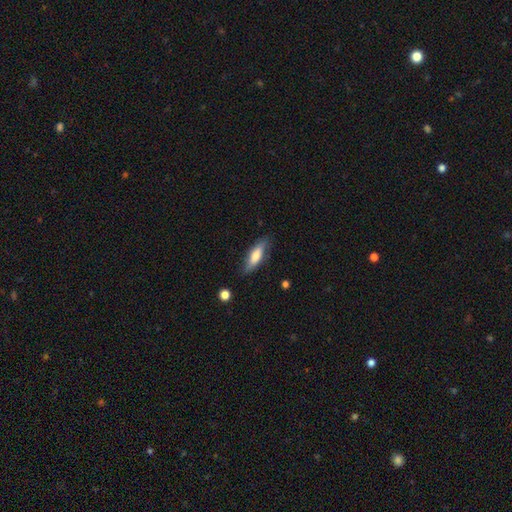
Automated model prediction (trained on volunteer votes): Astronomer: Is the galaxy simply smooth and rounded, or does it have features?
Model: smooth — 68%.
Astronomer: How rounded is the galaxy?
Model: cigar-shaped — 54% (runner-up: in between, 44%).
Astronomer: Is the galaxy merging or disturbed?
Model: none — 80%.